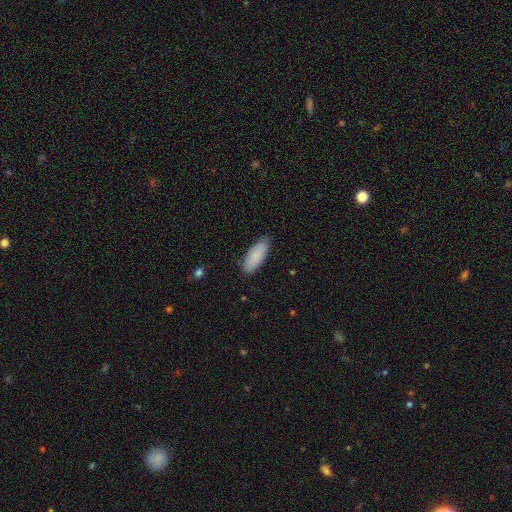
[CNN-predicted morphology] This is clearly a smooth galaxy (88%). How rounded: likely in between (75%). Merging: clearly none (87%).